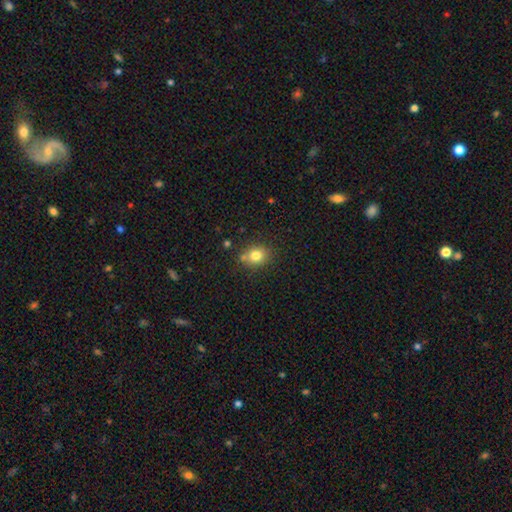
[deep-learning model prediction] The model was most divided on "how rounded": round: 70%, in between: 29%, cigar-shaped: 1%. More confident: smooth or featured — smooth (79%); merging — none (73%).